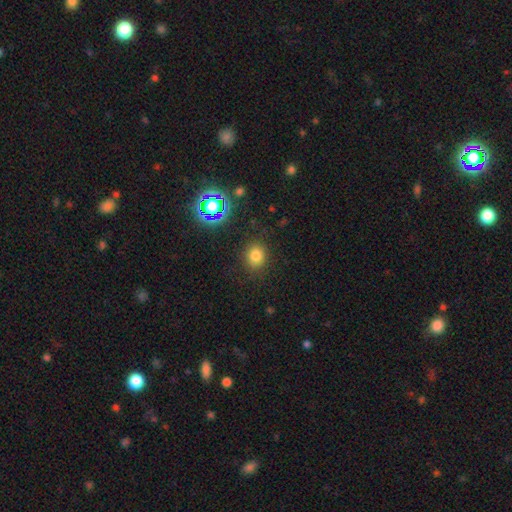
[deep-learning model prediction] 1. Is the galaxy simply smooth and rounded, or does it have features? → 75% smooth, 18% star or artifact, 7% featured or disk.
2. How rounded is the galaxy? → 67% round, 31% in between, 1% cigar-shaped.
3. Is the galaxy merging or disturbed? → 85% none, 10% minor disturbance, 4% major disturbance, 2% merger.